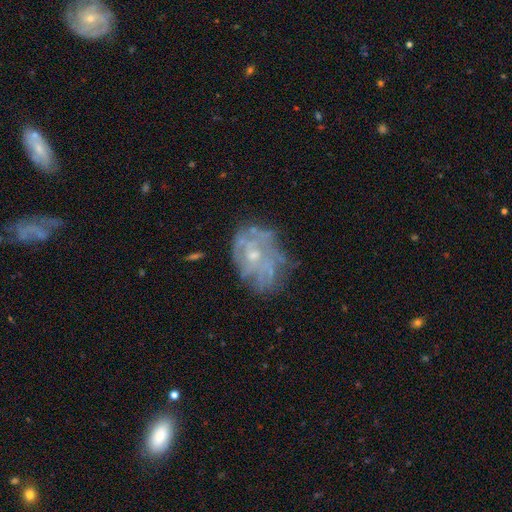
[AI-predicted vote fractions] The model was most divided on "spiral arms": yes: 56%, no: 44%. More confident: edge-on disk — no (97%); bar — no (82%); smooth or featured — featured or disk (71%); merging — none (59%); bulge size — small (57%).